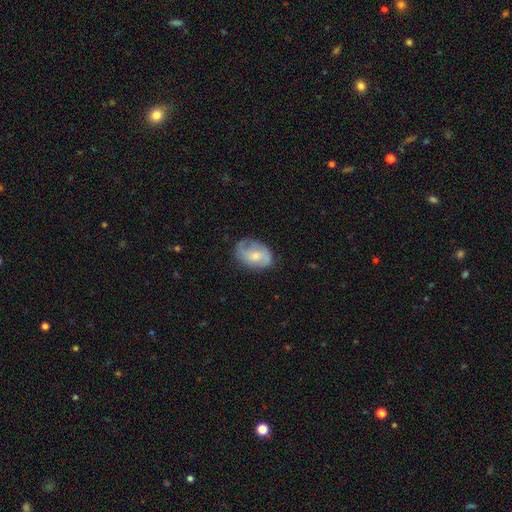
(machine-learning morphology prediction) A featured or disk galaxy (55%) with no bar (59%), spiral arms (83%) and a small central bulge (47%). Merging: none (62%).